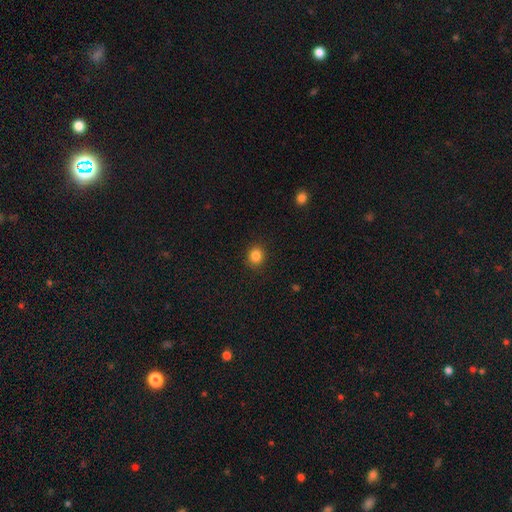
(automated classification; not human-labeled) Smooth or featured: smooth — 84% (star or artifact — 11%)
How rounded: round — 81% (in between — 18%)
Merging: none — 90% (minor disturbance — 7%)